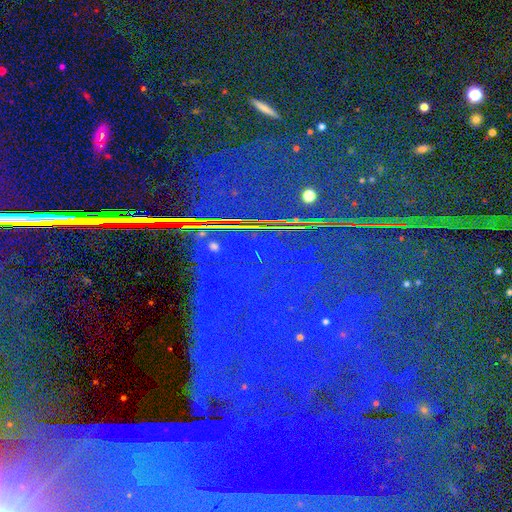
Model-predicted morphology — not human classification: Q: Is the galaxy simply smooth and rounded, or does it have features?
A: star or artifact — 88%.